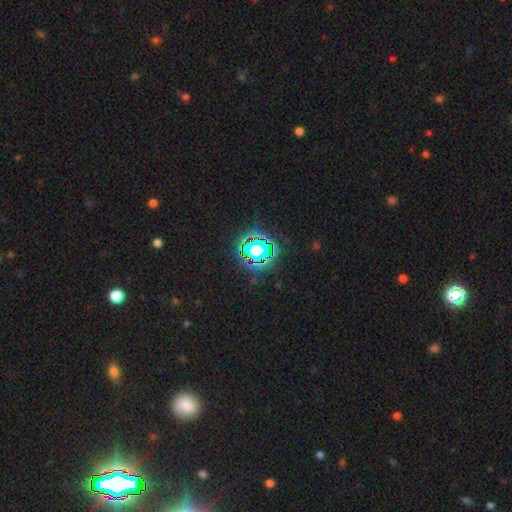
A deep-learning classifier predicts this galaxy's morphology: smooth-or-featured: star or artifact: 73% | smooth: 15% | featured or disk: 12%